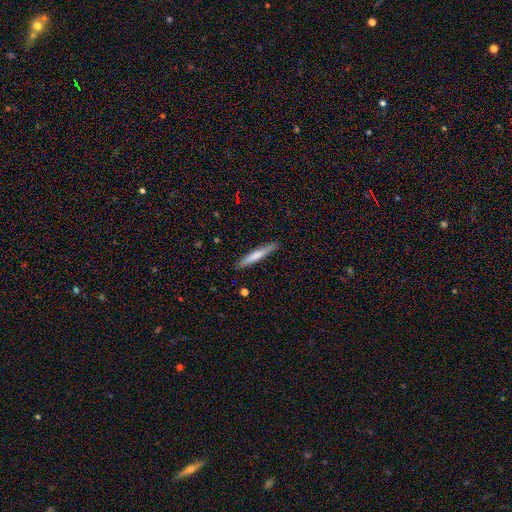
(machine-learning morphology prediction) This appears to be a smooth galaxy with no disk features (65%) that is cigar-shaped (95%). Merging: none (89%).